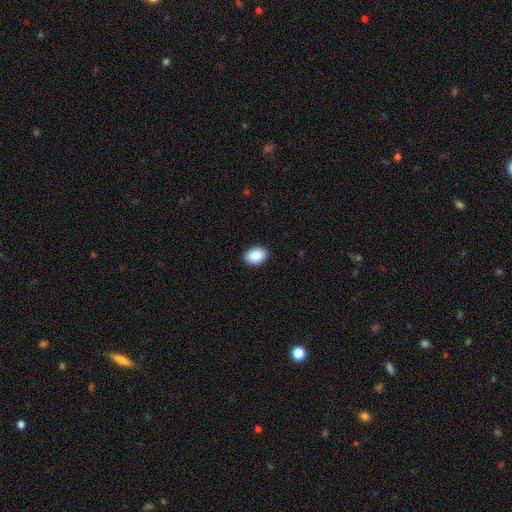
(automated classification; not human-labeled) Smooth or featured: smooth — 91% (star or artifact — 7%)
How rounded: in between — 82% (round — 17%)
Merging: none — 90% (minor disturbance — 7%)